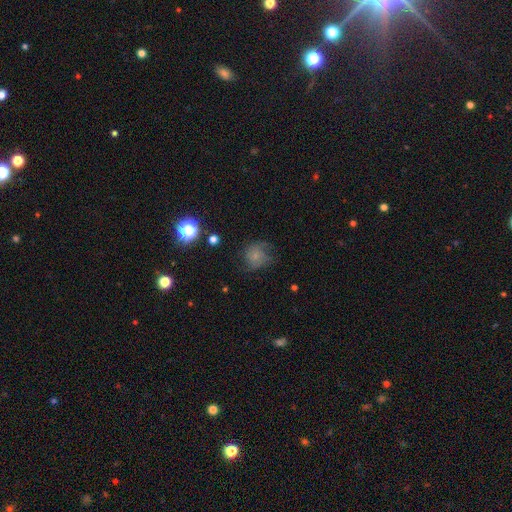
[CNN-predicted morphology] smooth-or-featured: smooth: 57% | featured or disk: 29% | star or artifact: 15%
  how-rounded: round: 79% | in between: 20% | cigar-shaped: 1%
  merging: none: 55% | minor disturbance: 25% | major disturbance: 18% | merger: 2%